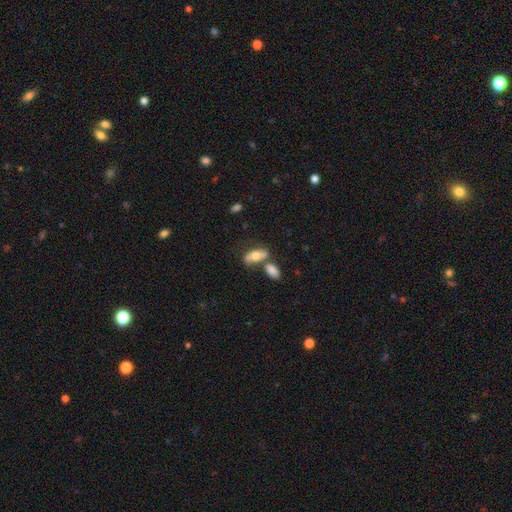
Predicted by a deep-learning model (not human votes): smooth-or-featured: smooth: 62% | featured or disk: 30% | star or artifact: 8%
  how-rounded: in between: 82% | cigar-shaped: 12% | round: 6%
  merging: none: 43% | merger: 35% | minor disturbance: 15% | major disturbance: 7%